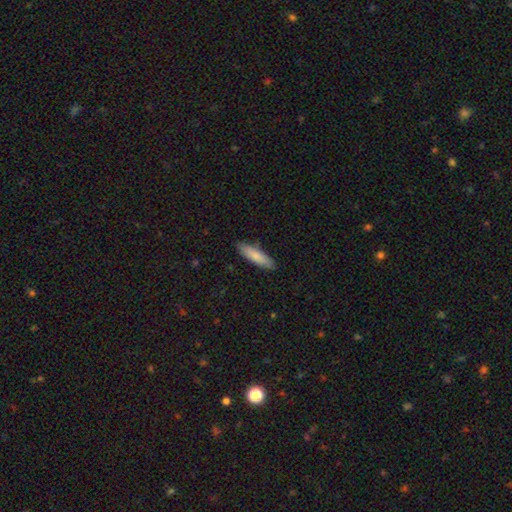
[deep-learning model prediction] Smooth or featured: smooth — 83% (featured or disk — 12%)
How rounded: cigar-shaped — 65% (in between — 33%)
Merging: none — 87% (minor disturbance — 10%)